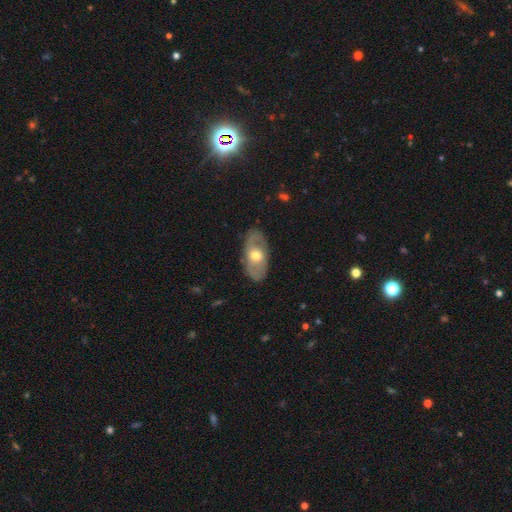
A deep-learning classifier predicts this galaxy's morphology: type=featured or disk (54%); edge-on=no (86%); merging=none (81%).